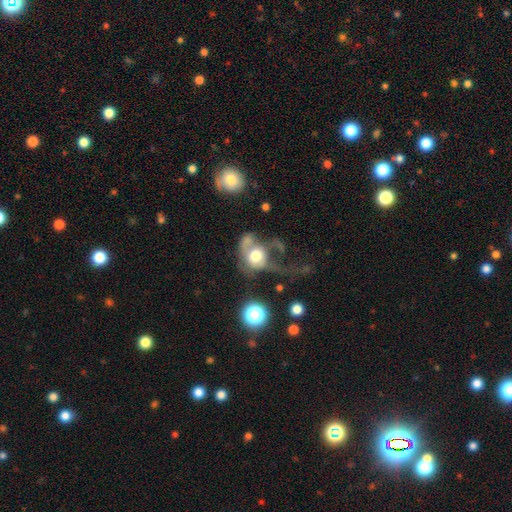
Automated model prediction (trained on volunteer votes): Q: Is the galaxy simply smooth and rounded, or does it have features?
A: smooth — 52%.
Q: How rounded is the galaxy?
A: round — 57%.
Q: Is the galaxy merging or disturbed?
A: major disturbance — 54%.